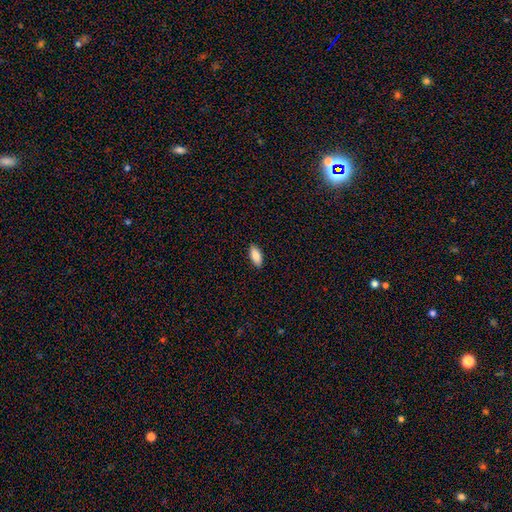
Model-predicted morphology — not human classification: Smooth or featured: smooth — 87% (featured or disk — 7%)
How rounded: in between — 85% (cigar-shaped — 13%)
Merging: none — 90% (minor disturbance — 8%)